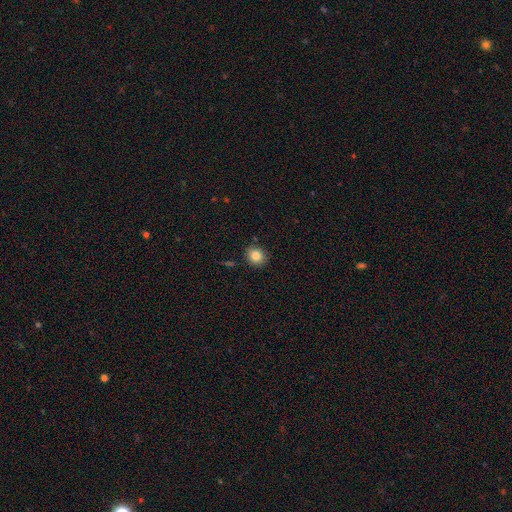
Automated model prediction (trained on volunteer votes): smooth-or-featured: smooth: 84% | star or artifact: 10% | featured or disk: 6%
  how-rounded: round: 81% | in between: 18% | cigar-shaped: 1%
  merging: none: 86% | minor disturbance: 9% | merger: 2% | major disturbance: 2%